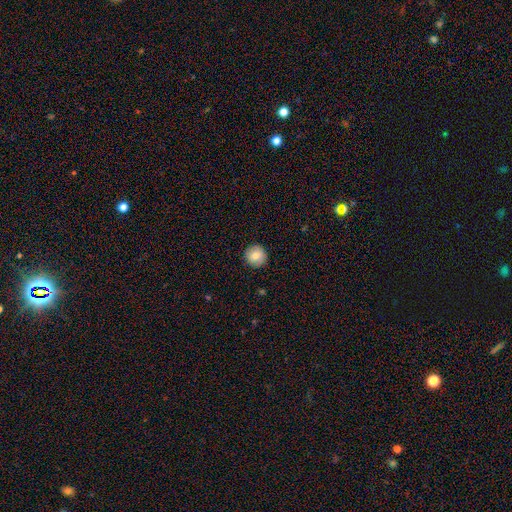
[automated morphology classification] This appears to be a smooth galaxy with no disk features (80%) that is round (95%). Merging: none (90%).